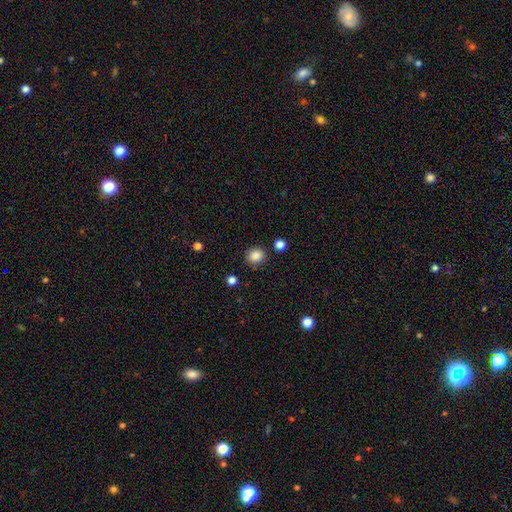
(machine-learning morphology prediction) A smooth galaxy with no disk features (86%) that is round (82%).

Vote fractions:
- Smooth or featured? smooth: 86% / star or artifact: 10% / featured or disk: 4%
- How rounded? round: 82% / in between: 17% / cigar-shaped: 1%
- Merging? none: 85% / minor disturbance: 9% / merger: 3% / major disturbance: 3%